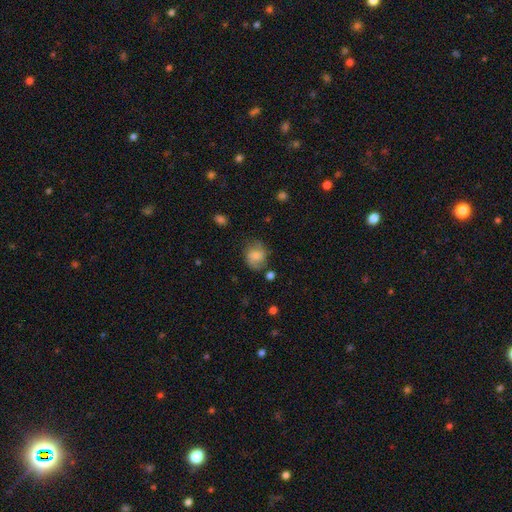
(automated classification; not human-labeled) Morphology: type=smooth (72%); roundness=round (67%); merging=none (63%).